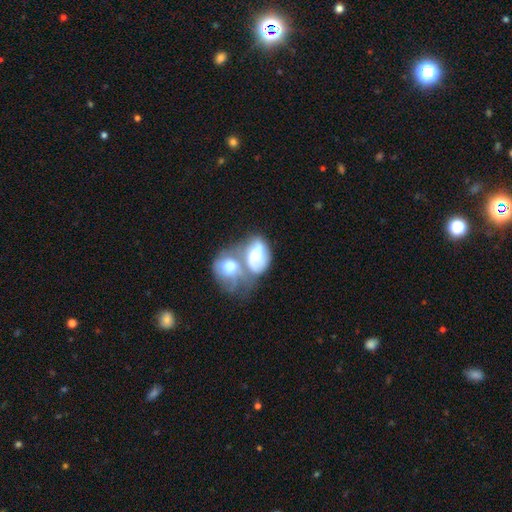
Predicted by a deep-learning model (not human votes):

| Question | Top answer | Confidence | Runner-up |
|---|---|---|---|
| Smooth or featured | featured or disk | 48% | smooth (43%) |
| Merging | merger | 68% | major disturbance (12%) |